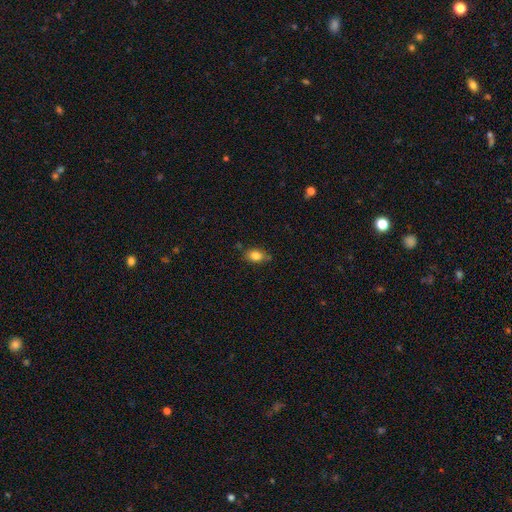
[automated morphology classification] The model was most divided on "merging": none: 66%, minor disturbance: 26%, major disturbance: 5%, merger: 3%. More confident: smooth or featured — smooth (82%); how rounded — in between (79%).